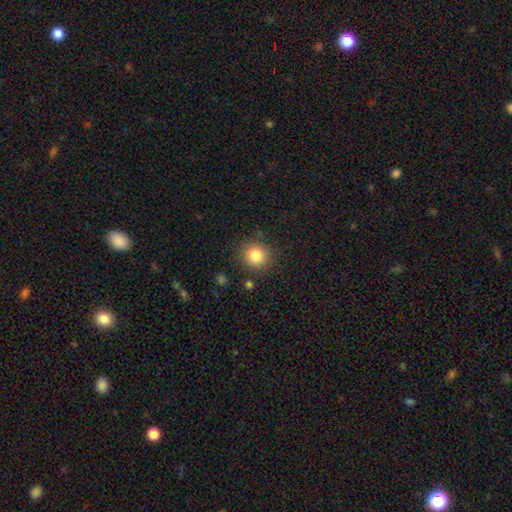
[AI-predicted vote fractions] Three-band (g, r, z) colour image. It shows a smooth galaxy with no disk features (84%) that is round (90%). Merging: none (85%).